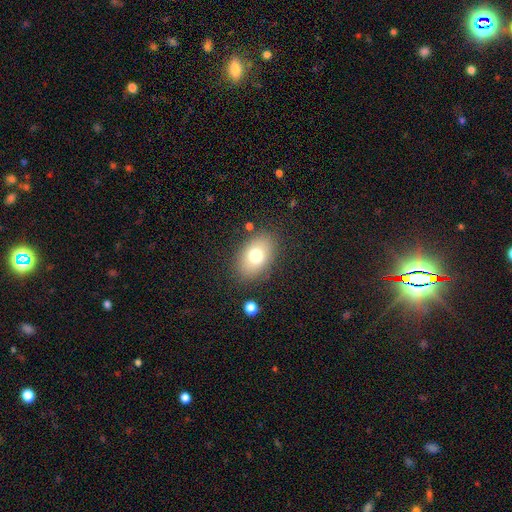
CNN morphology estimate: type=smooth (74%); roundness=in between (84%); merging=none (82%).